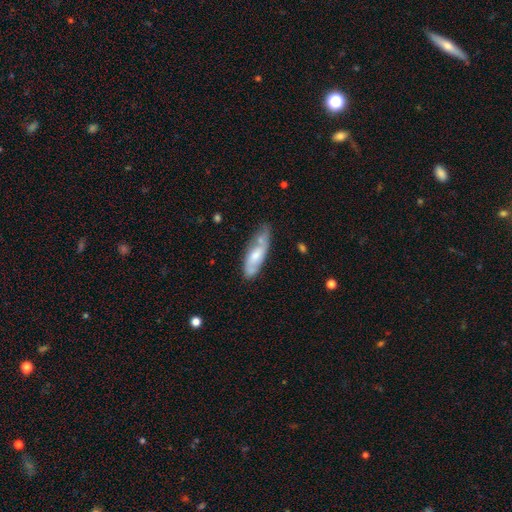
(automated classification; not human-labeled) A featured or disk galaxy (48%). Merging: none (58%).